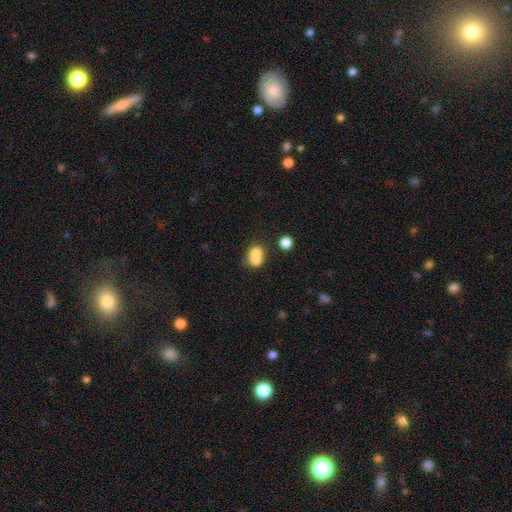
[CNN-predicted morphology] The model was most divided on "how rounded": round: 55%, in between: 44%, cigar-shaped: 1%. More confident: smooth or featured — smooth (72%); merging — merger (61%).